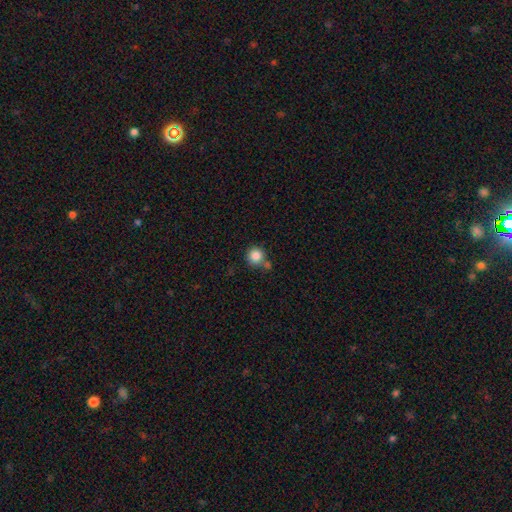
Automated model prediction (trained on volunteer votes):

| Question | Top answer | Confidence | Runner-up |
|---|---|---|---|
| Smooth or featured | smooth | 85% | star or artifact (10%) |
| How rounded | round | 94% | in between (5%) |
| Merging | none | 67% | merger (18%) |